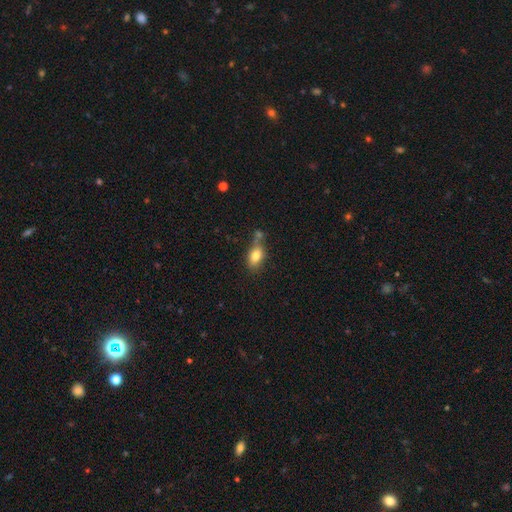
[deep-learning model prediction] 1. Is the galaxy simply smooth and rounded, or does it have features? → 79% smooth, 12% featured or disk, 9% star or artifact.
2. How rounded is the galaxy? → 82% in between, 13% round, 4% cigar-shaped.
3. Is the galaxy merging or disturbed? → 53% none, 23% merger, 18% minor disturbance, 6% major disturbance.